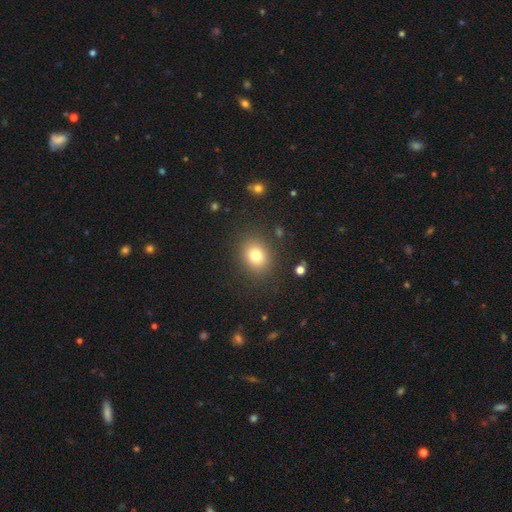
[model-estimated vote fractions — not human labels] The model was most divided on "how rounded": round: 60%, in between: 40%, cigar-shaped: 1%. More confident: merging — none (86%); smooth or featured — smooth (78%).